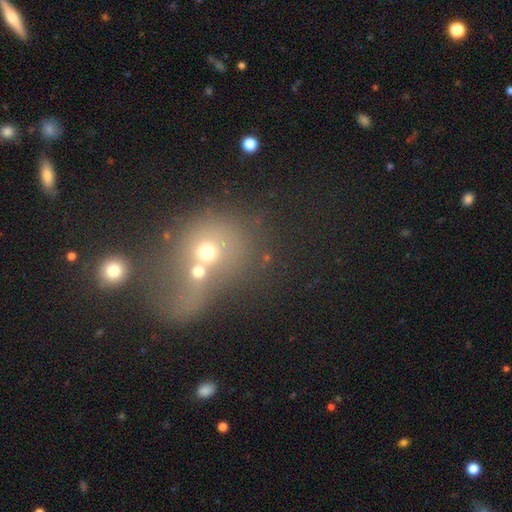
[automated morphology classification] Overall: smooth (47%; star or artifact 31%). Merging: merger (63%).